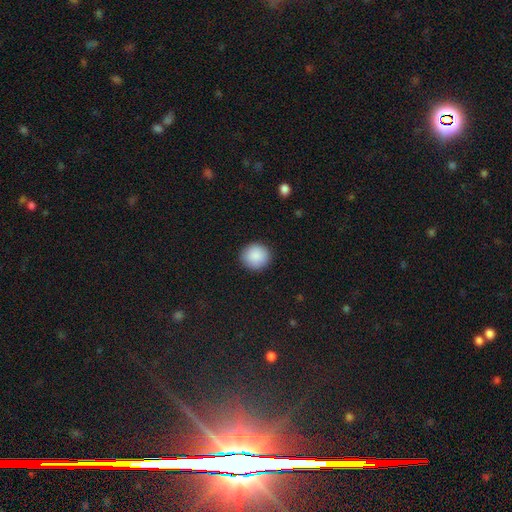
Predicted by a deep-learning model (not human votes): Smooth or featured?
  - smooth: 89% *
  - star or artifact: 7%
  - featured or disk: 3%
How rounded?
  - round: 93% *
  - in between: 6%
  - cigar-shaped: 1%
Merging?
  - none: 91% *
  - minor disturbance: 6%
  - major disturbance: 2%
  - merger: 1%